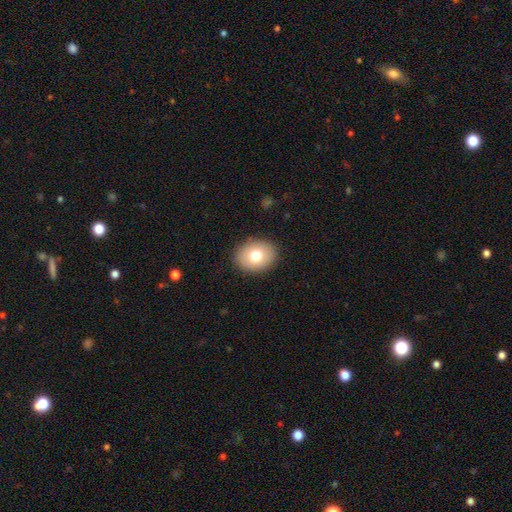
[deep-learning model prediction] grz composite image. It shows a smooth galaxy with no disk features (75%) that is in between round and cigar-shaped (52%). Merging: none (90%).